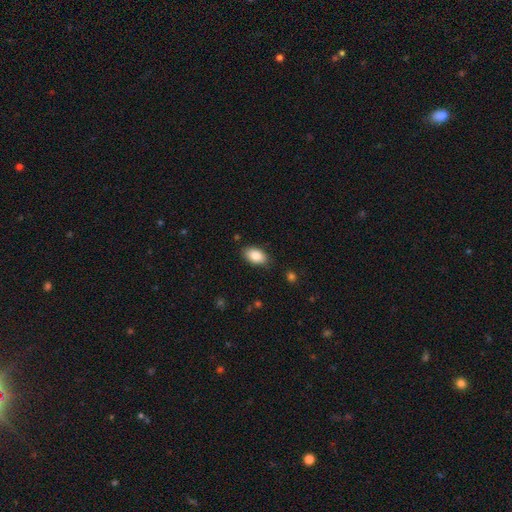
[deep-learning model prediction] This is clearly a smooth galaxy (85%). How rounded: clearly in between (93%). Merging: clearly none (85%).